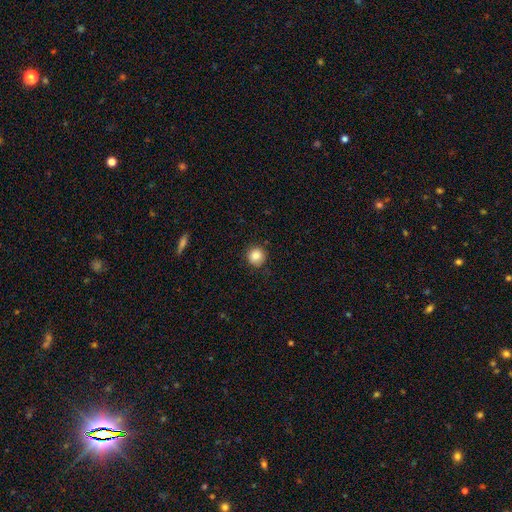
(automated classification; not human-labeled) smooth-or-featured: smooth: 86% | star or artifact: 10% | featured or disk: 5%
  how-rounded: round: 94% | in between: 5% | cigar-shaped: 1%
  merging: none: 88% | minor disturbance: 9% | major disturbance: 2% | merger: 1%